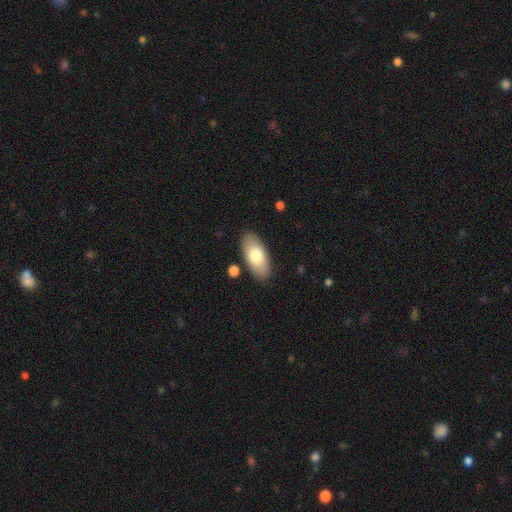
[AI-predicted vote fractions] This is likely a smooth galaxy (76%). How rounded: clearly in between (91%). Merging: clearly none (85%).